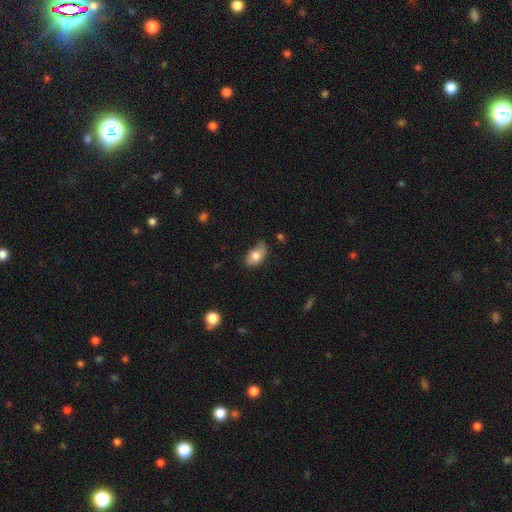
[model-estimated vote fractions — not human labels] Smooth or featured? Predicted: smooth (p=0.78). How rounded? Predicted: in between (p=0.90). Merging? Predicted: none (p=0.53).